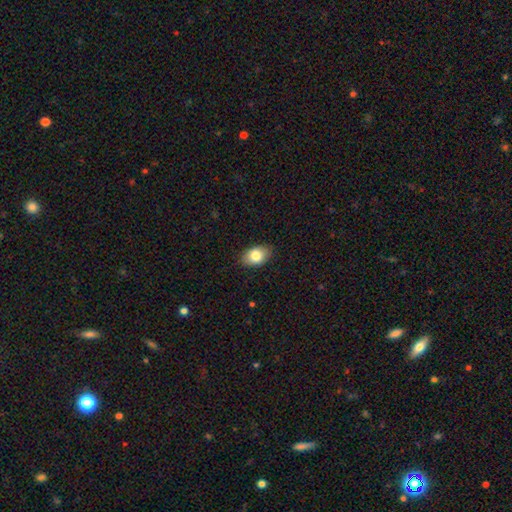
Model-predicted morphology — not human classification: A smooth galaxy with no disk features (81%) that is in between round and cigar-shaped (86%).

Vote fractions:
- Smooth or featured? smooth: 81% / featured or disk: 11% / star or artifact: 8%
- How rounded? in between: 86% / round: 13% / cigar-shaped: 1%
- Merging? none: 85% / minor disturbance: 11% / major disturbance: 2% / merger: 1%